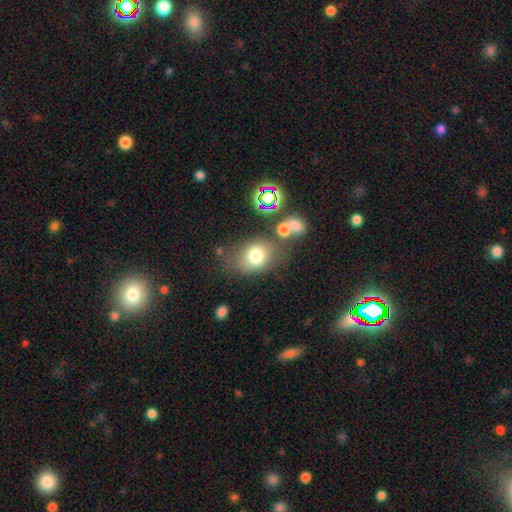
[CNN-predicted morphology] Smooth or featured?
  - smooth: 75% *
  - featured or disk: 13%
  - star or artifact: 12%
How rounded?
  - in between: 61% *
  - round: 37%
  - cigar-shaped: 1%
Merging?
  - none: 62% *
  - minor disturbance: 18%
  - merger: 12%
  - major disturbance: 9%